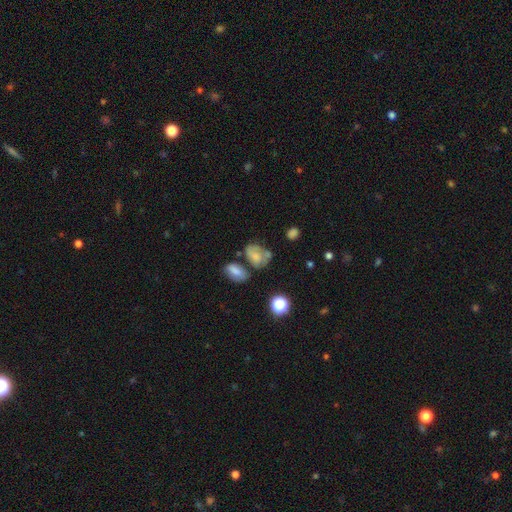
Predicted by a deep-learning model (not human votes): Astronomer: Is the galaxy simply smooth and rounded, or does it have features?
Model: smooth — 60%.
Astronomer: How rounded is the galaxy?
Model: in between — 75%.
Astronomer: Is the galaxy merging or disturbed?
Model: none — 36% (runner-up: merger, 24%).